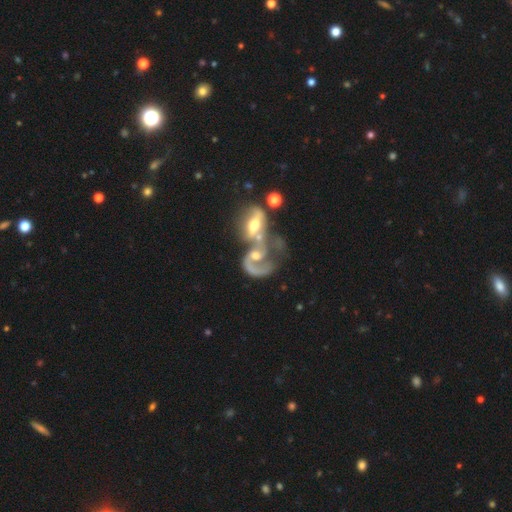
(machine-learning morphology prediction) A featured or disk galaxy (76%) with no bar (55%), 1 (41%, tied with 2) loose (47%) spiral arms (76%) and a moderate central bulge (60%). Merging: merger (76%).